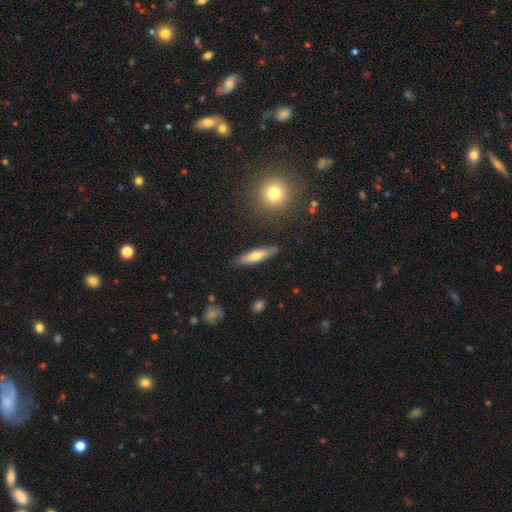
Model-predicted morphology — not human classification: smooth-or-featured: smooth: 61% | featured or disk: 33% | star or artifact: 6%
  how-rounded: cigar-shaped: 78% | in between: 20% | round: 2%
  merging: none: 86% | minor disturbance: 10% | major disturbance: 2% | merger: 2%